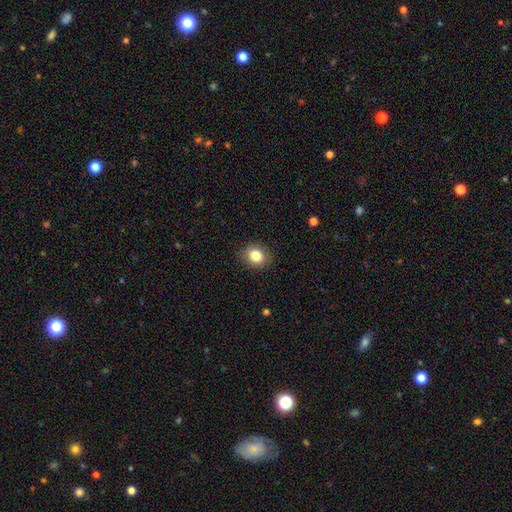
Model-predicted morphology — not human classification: This is clearly a smooth galaxy (83%). How rounded: likely round (65%). Merging: clearly none (89%).